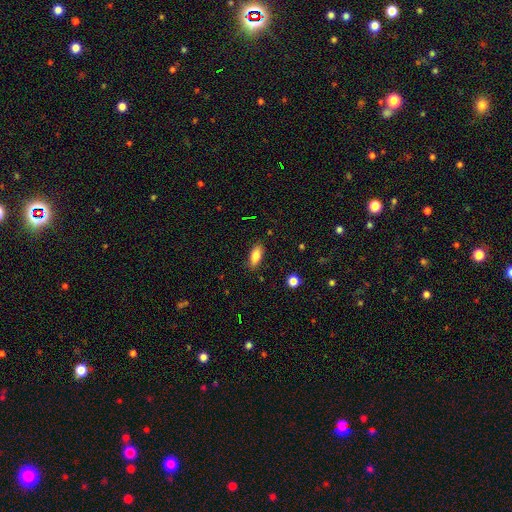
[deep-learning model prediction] Smooth or featured? smooth (83%)
How rounded? in between (78%)
Merging? none (84%)